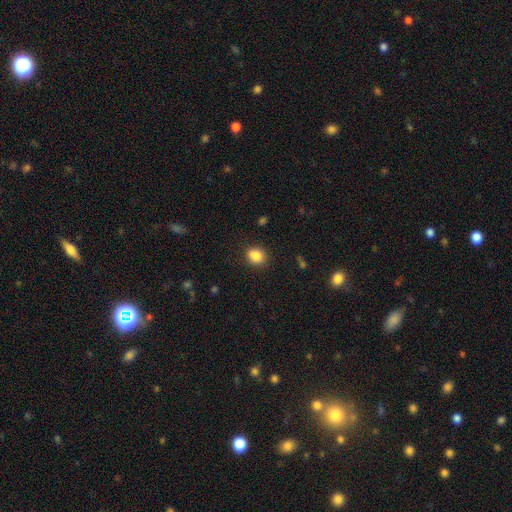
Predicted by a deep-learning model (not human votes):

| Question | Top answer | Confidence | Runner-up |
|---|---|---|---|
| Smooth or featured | smooth | 86% | star or artifact (10%) |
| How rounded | round | 61% | in between (38%) |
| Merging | none | 84% | minor disturbance (12%) |